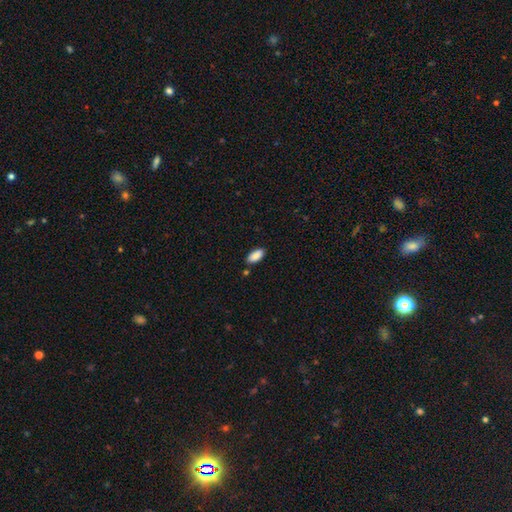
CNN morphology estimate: This is clearly a smooth galaxy (89%). How rounded: clearly in between (91%). Merging: clearly none (83%).